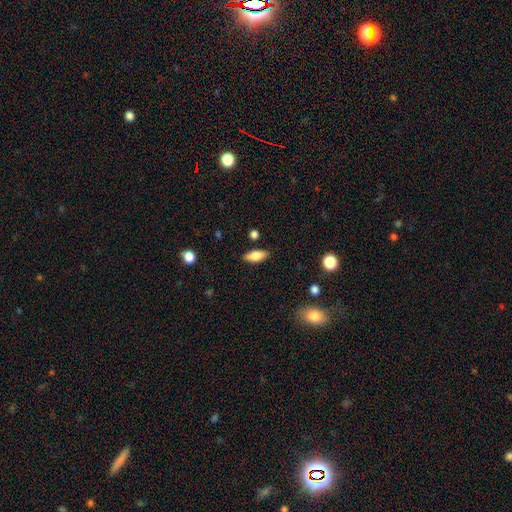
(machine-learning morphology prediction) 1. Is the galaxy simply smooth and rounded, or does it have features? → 75% smooth, 18% featured or disk, 7% star or artifact.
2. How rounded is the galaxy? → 79% in between, 19% cigar-shaped, 3% round.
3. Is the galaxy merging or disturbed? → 86% none, 10% minor disturbance, 2% major disturbance, 2% merger.